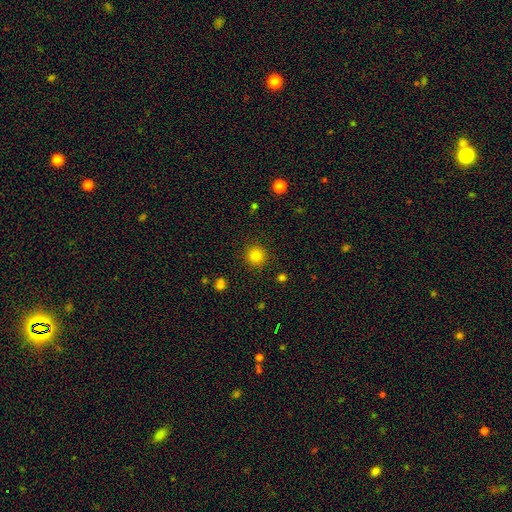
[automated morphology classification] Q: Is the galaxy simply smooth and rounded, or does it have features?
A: smooth — 83%.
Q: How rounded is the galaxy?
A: round — 94%.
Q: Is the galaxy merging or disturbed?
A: none — 91%.